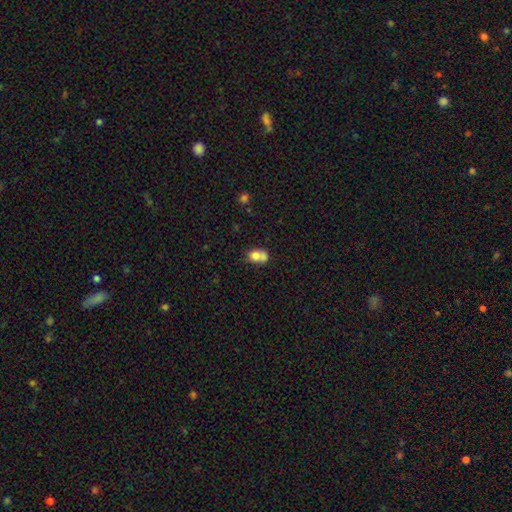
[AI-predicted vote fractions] The model was most divided on "how rounded": in between: 56%, round: 43%, cigar-shaped: 1%. More confident: smooth or featured — smooth (74%); merging — merger (51%).